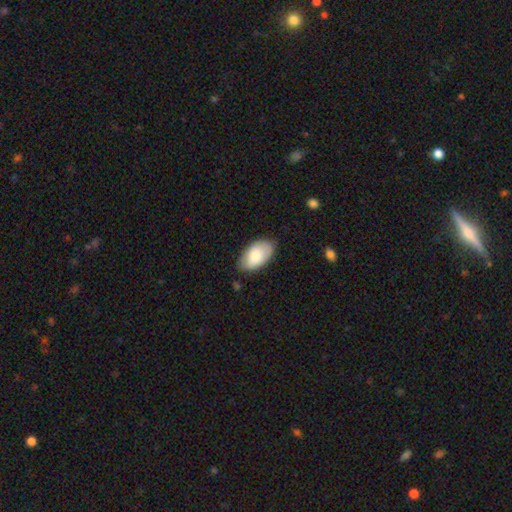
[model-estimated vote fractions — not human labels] This is likely a smooth galaxy (78%). How rounded: clearly in between (95%). Merging: likely none (79%).